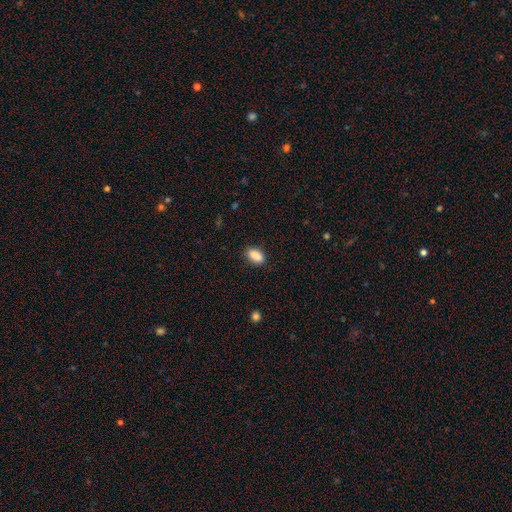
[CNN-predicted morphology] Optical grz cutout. It shows a smooth galaxy with no disk features (89%) that is in between round and cigar-shaped (89%). Merging: none (86%).